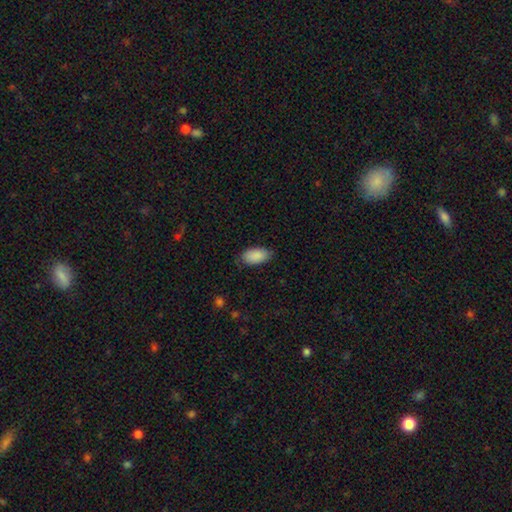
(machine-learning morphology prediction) smooth 89%, star or artifact 6%, featured or disk 4%. Down the decision tree: how rounded — in between (94%); merging — none (79%).